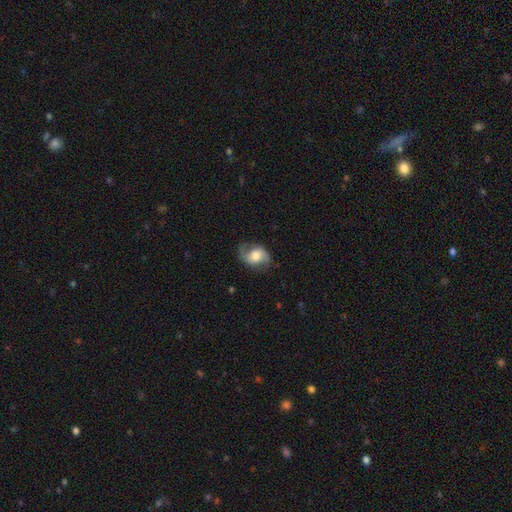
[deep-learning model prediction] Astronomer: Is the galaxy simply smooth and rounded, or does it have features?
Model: featured or disk — 63%.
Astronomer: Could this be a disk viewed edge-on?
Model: no — 96%.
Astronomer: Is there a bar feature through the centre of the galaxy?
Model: no — 54% (runner-up: weak, 35%).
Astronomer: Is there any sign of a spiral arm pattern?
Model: yes — 88%.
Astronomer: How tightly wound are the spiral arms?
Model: loose — 48% (runner-up: medium, 39%).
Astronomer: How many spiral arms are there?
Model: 2 — 88%.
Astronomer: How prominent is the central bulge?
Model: moderate — 59%.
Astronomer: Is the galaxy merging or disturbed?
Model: none — 72%.